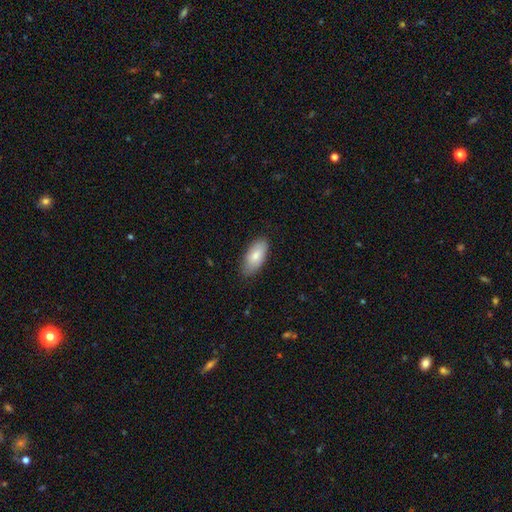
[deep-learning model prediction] Smooth or featured?
  - smooth: 79% *
  - featured or disk: 15%
  - star or artifact: 6%
How rounded?
  - in between: 92% *
  - cigar-shaped: 6%
  - round: 2%
Merging?
  - none: 82% *
  - minor disturbance: 15%
  - major disturbance: 2%
  - merger: 1%